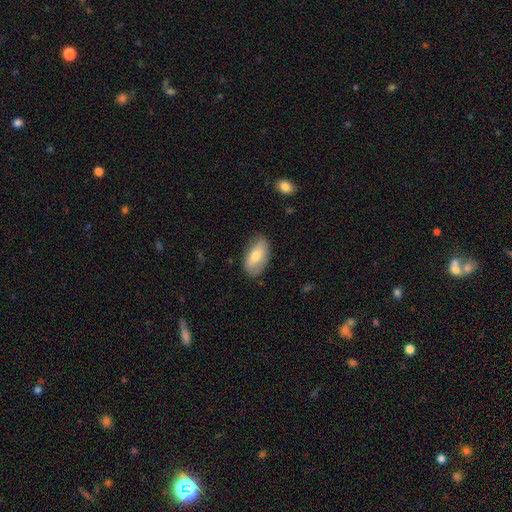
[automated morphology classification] Smooth or featured: smooth — 69% (featured or disk — 24%)
How rounded: in between — 91% (cigar-shaped — 5%)
Merging: none — 78% (minor disturbance — 17%)